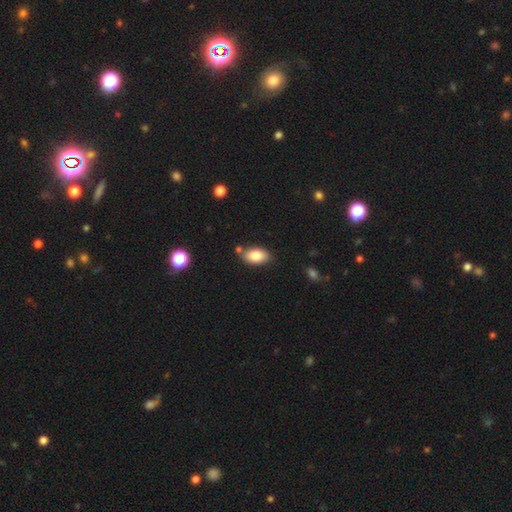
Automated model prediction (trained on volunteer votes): This is clearly a smooth galaxy (84%). How rounded: clearly in between (93%). Merging: likely none (77%).